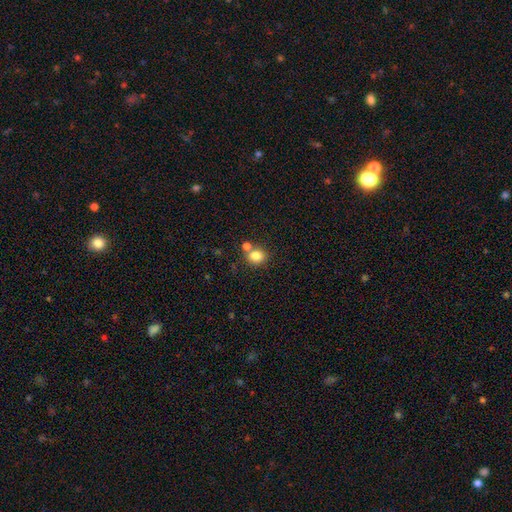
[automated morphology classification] Overall: smooth (82%). How rounded: round (76%). Merging: none (63%; merger 25%).